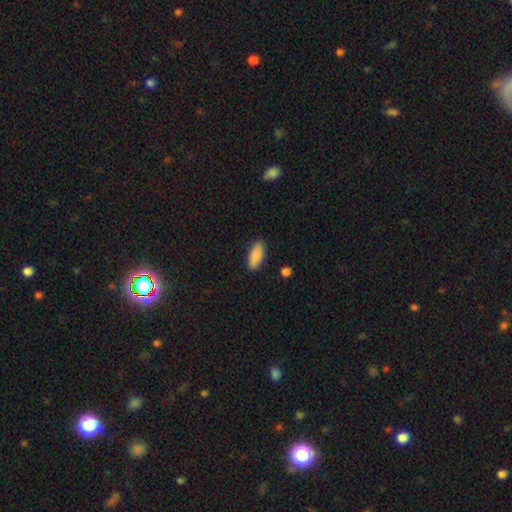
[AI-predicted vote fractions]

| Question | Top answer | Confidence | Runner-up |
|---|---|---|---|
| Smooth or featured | smooth | 88% | star or artifact (6%) |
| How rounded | in between | 80% | cigar-shaped (18%) |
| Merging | none | 87% | minor disturbance (10%) |